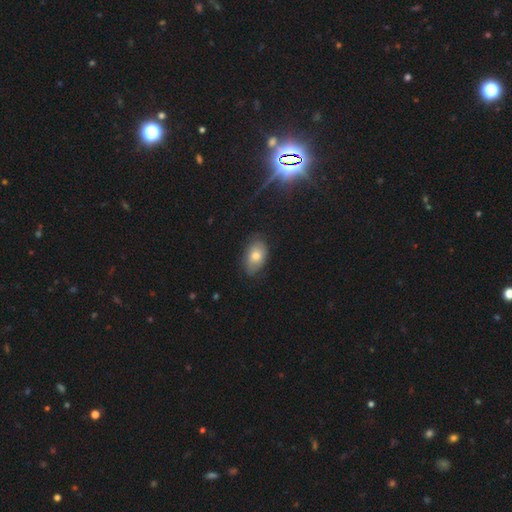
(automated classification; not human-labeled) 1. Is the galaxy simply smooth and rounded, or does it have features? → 64% smooth, 26% featured or disk, 10% star or artifact.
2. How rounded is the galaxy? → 89% in between, 10% round, 2% cigar-shaped.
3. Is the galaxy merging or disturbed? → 74% none, 21% minor disturbance, 4% major disturbance, 1% merger.